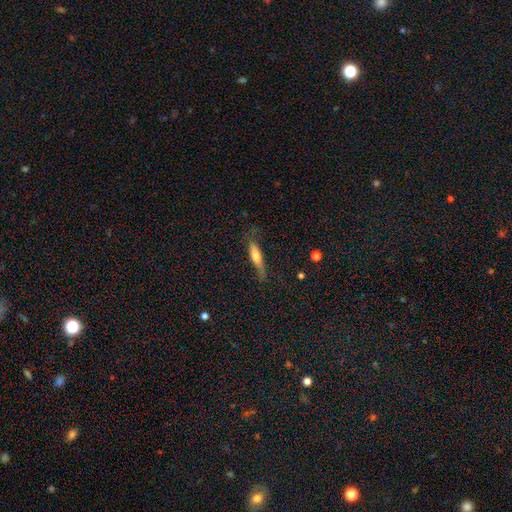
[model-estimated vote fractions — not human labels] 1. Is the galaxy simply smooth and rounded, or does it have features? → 55% smooth, 38% featured or disk, 6% star or artifact.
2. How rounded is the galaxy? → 75% cigar-shaped, 23% in between, 2% round.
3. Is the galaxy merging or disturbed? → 58% none, 28% minor disturbance, 11% major disturbance, 2% merger.